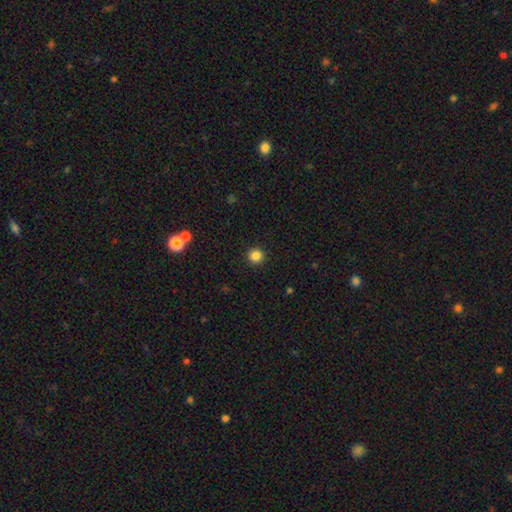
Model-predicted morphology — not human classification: Smooth or featured? smooth (85%)
How rounded? round (95%)
Merging? none (93%)